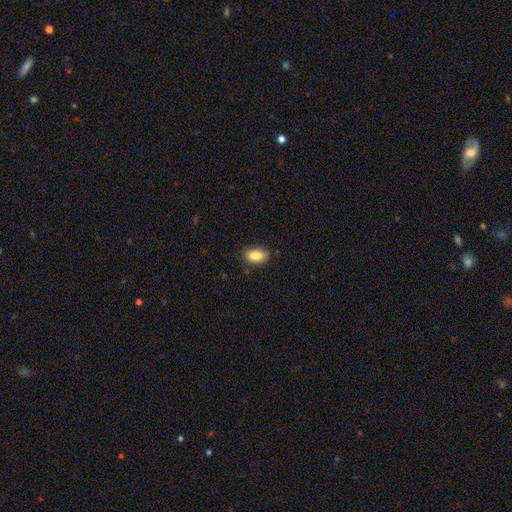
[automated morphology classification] Q: Smooth or featured?
A: smooth (88%); runner-up: star or artifact (7%)
Q: How rounded?
A: in between (92%); runner-up: round (5%)
Q: Merging?
A: none (86%); runner-up: minor disturbance (11%)